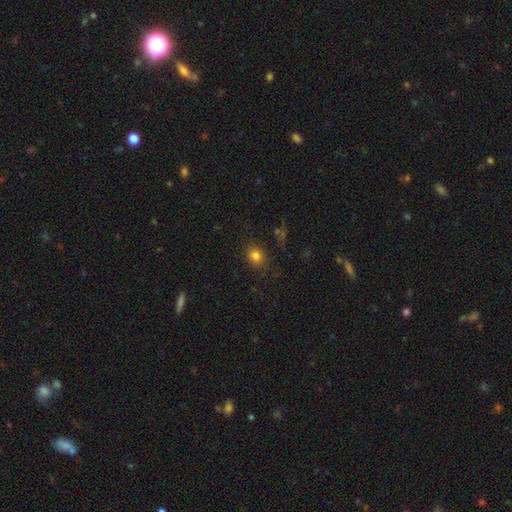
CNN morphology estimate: smooth 79%, star or artifact 13%, featured or disk 8%. Down the decision tree: how rounded — round (53%); merging — none (83%).